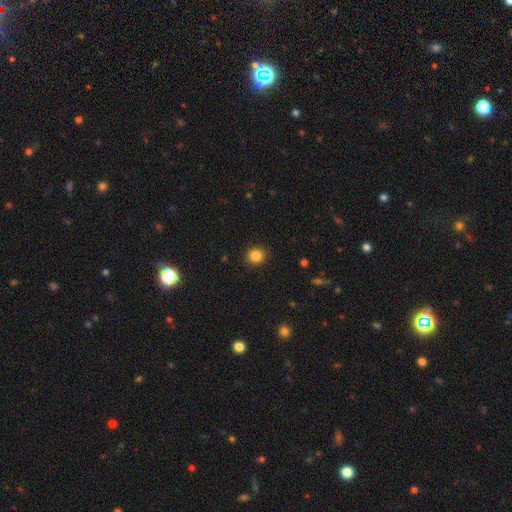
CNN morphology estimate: smooth 85%, star or artifact 11%, featured or disk 4%. Down the decision tree: how rounded — round (88%); merging — none (91%).